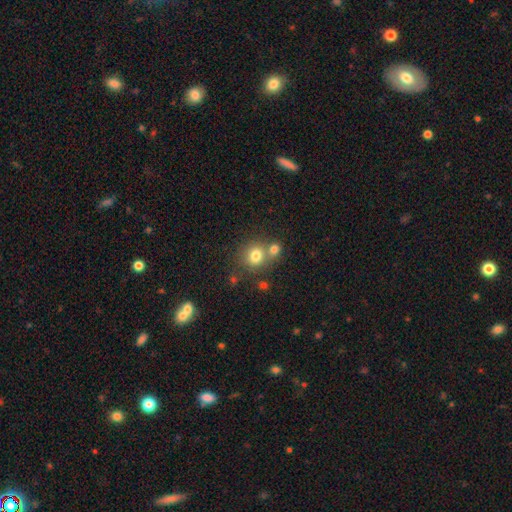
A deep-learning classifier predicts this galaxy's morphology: This is likely a smooth galaxy (77%). How rounded: likely round (80%). Merging: possibly none (52%).